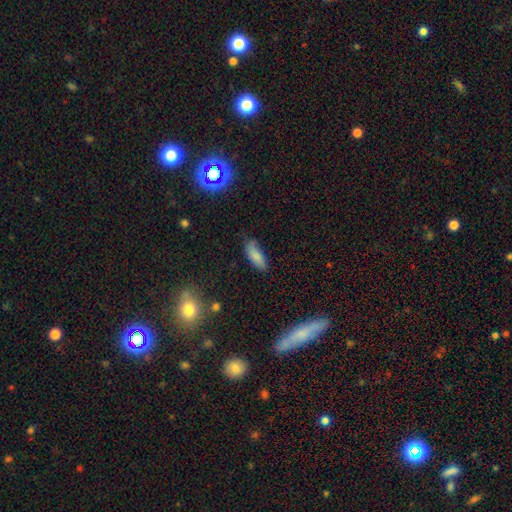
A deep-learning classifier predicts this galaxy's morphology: A smooth galaxy with no disk features (81%) that is in between round and cigar-shaped (70%).

Vote fractions:
- Smooth or featured? smooth: 81% / featured or disk: 10% / star or artifact: 8%
- How rounded? in between: 70% / cigar-shaped: 28% / round: 2%
- Merging? none: 64% / minor disturbance: 27% / major disturbance: 6% / merger: 3%